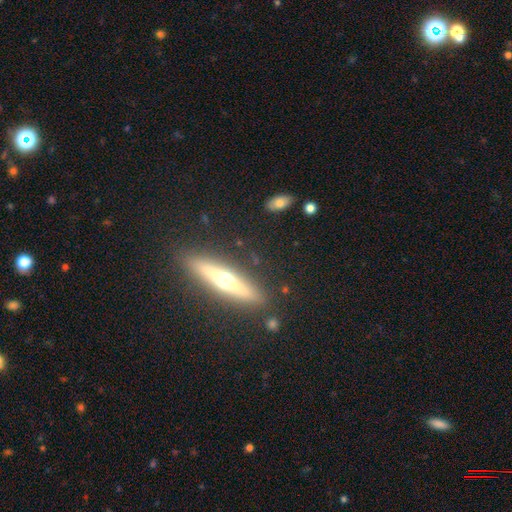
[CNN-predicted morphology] type=featured or disk (66%); edge-on=yes (94%); edge-on bulge=rounded (91%); merging=none (86%).